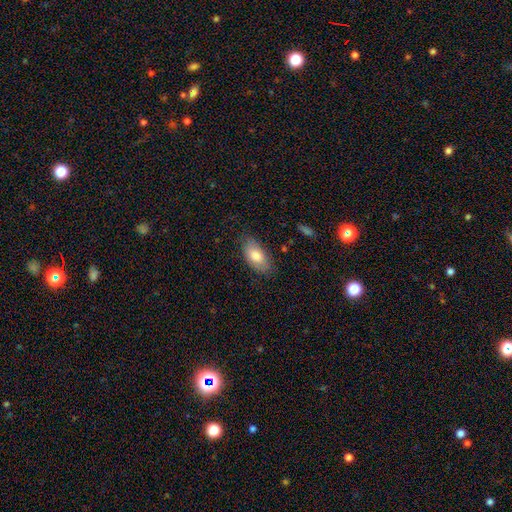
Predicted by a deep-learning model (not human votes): Smooth or featured? smooth (79%)
How rounded? in between (92%)
Merging? none (79%)